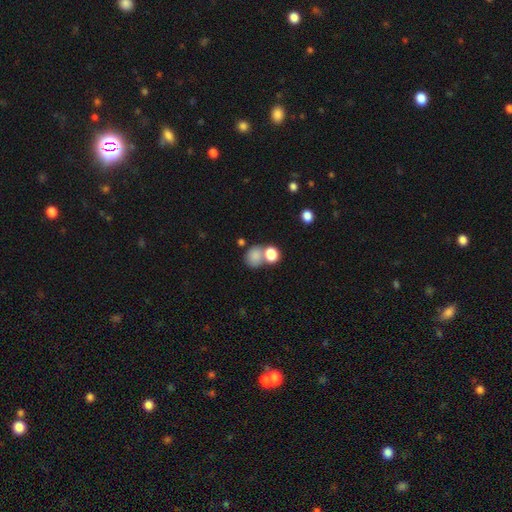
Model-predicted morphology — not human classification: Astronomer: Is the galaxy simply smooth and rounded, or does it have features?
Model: smooth — 80%.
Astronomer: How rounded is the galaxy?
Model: round — 62% (runner-up: in between, 37%).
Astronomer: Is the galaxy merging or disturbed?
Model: none — 42% (runner-up: merger, 39%).